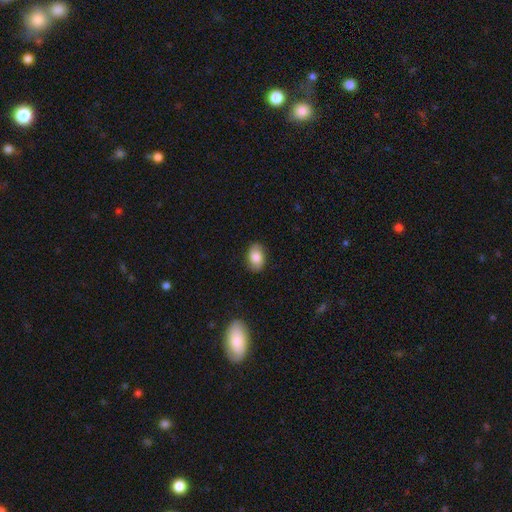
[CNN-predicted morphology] type=smooth (80%); roundness=in between (89%); merging=none (85%).